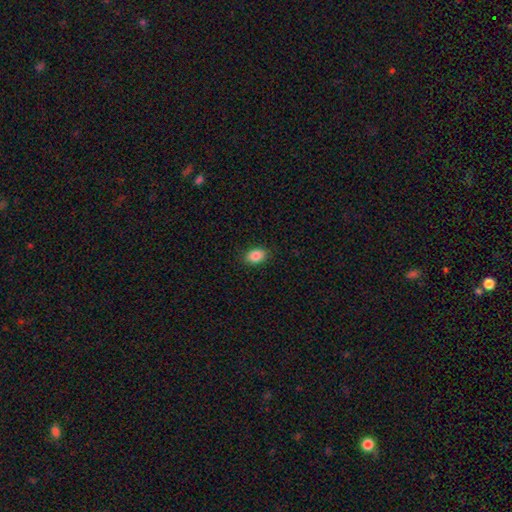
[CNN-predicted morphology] The model was most divided on "how rounded": in between: 85%, round: 13%, cigar-shaped: 1%. More confident: merging — none (88%); smooth or featured — smooth (87%).